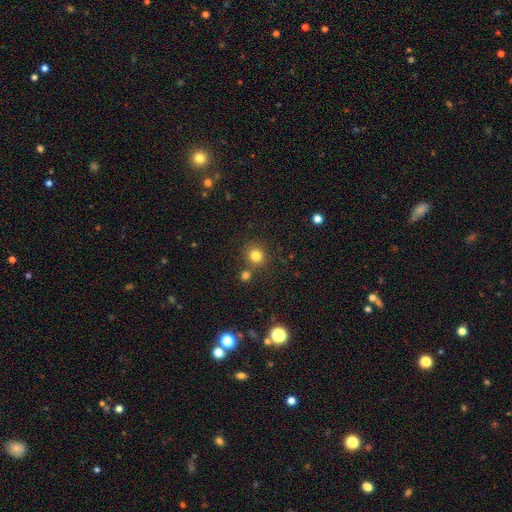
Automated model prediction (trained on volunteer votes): Smooth or featured?
  - smooth: 80% *
  - star or artifact: 14%
  - featured or disk: 6%
How rounded?
  - round: 89% *
  - in between: 10%
  - cigar-shaped: 1%
Merging?
  - none: 77% *
  - merger: 12%
  - minor disturbance: 8%
  - major disturbance: 3%